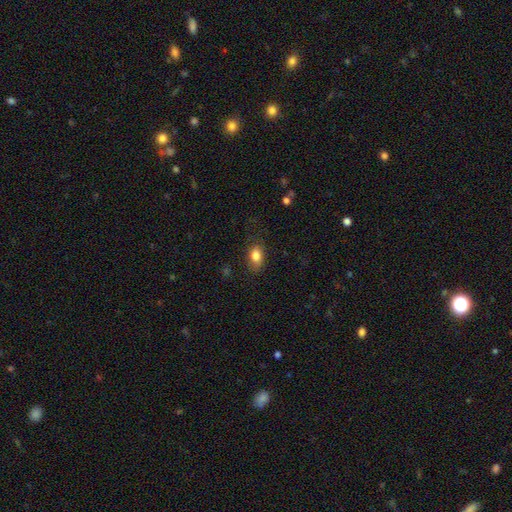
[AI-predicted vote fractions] smooth_or_featured: smooth (p=0.84) [alt: star or artifact p=0.09]
how_rounded: in between (p=0.85) [alt: round p=0.13]
merging: none (p=0.78) [alt: minor disturbance p=0.16]